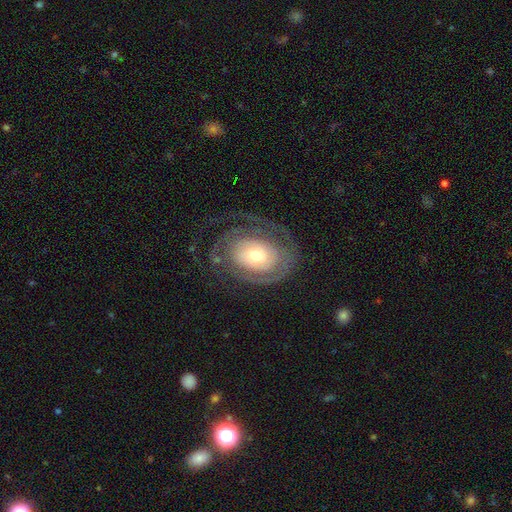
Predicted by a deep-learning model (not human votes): A featured or disk galaxy (80%) with no bar (75%), 2 (36%) tight (67%) spiral arms (87%) and a moderate central bulge (51%). Merging: none (65%).